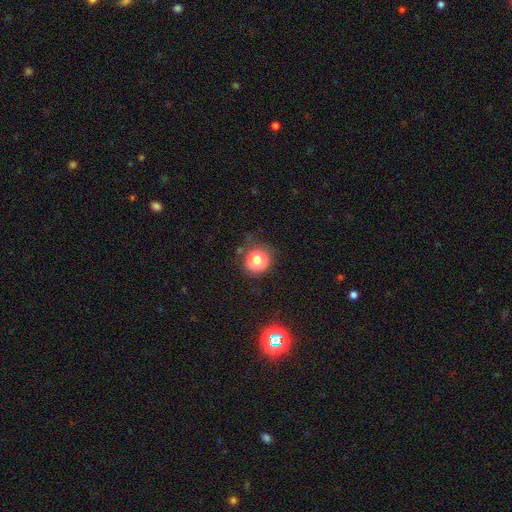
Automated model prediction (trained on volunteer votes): The model was most divided on "smooth or featured": smooth: 71%, star or artifact: 23%, featured or disk: 6%. More confident: how rounded — round (90%); merging — none (81%).